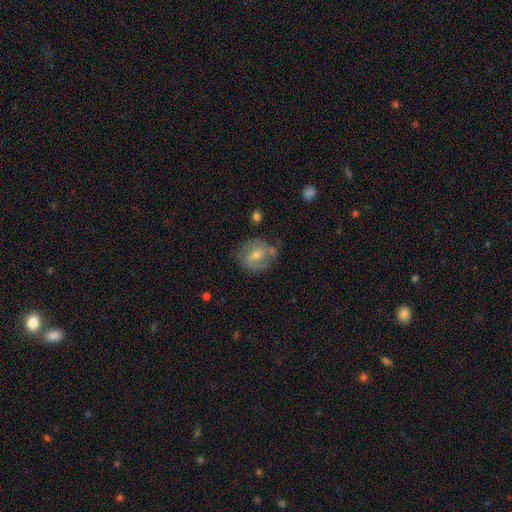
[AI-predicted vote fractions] smooth-or-featured: smooth: 47% | featured or disk: 42% | star or artifact: 11%
  merging: none: 64% | minor disturbance: 21% | major disturbance: 9% | merger: 6%